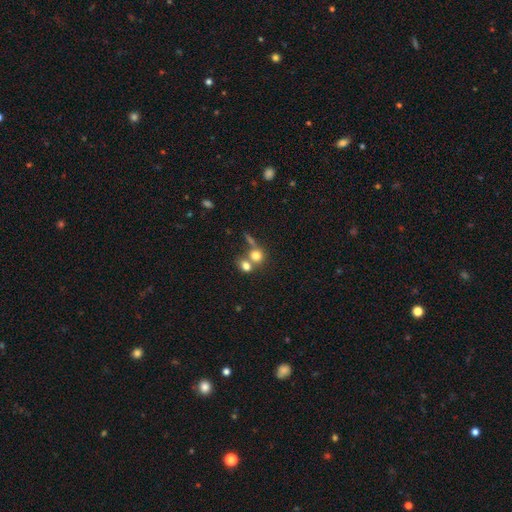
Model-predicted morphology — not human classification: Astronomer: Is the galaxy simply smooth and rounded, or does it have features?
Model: smooth — 75%.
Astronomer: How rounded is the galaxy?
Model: round — 72%.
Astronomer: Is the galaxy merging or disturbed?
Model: merger — 51% (runner-up: none, 35%).